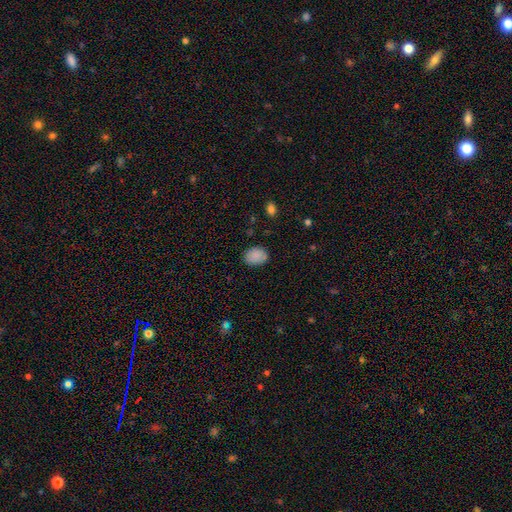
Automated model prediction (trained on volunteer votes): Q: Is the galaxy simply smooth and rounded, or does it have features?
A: smooth — 87%.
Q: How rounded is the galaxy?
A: in between — 62%.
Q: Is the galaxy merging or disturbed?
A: none — 80%.